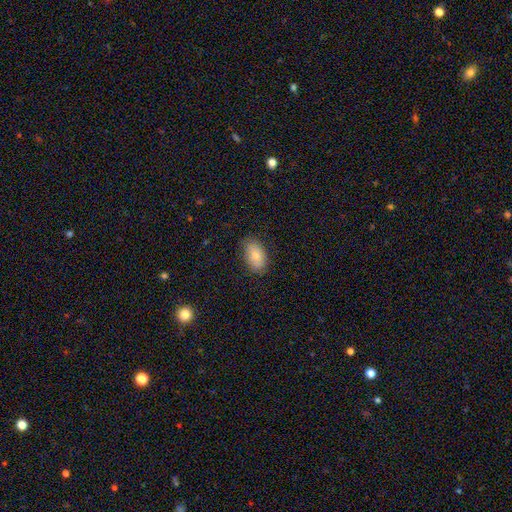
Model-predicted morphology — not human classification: type=smooth (78%); roundness=in between (92%); merging=none (79%).